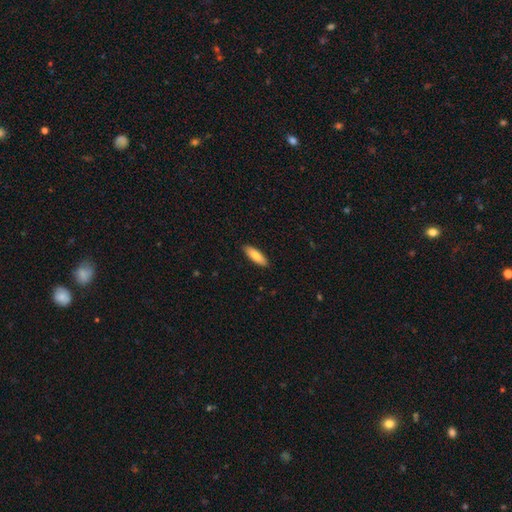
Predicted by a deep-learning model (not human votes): A smooth galaxy with no disk features (83%) that is in between round and cigar-shaped (49%, tied with cigar-shaped). Merging: none (90%).